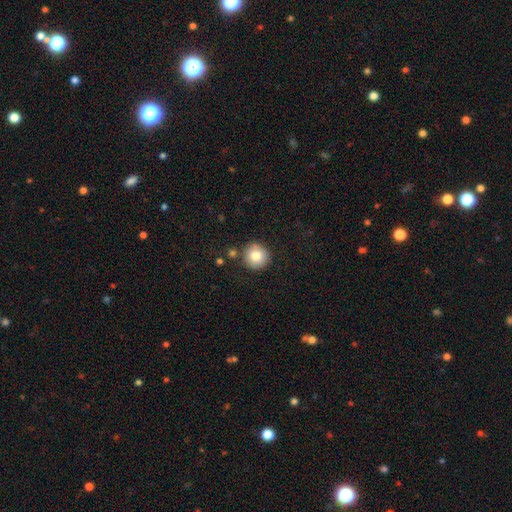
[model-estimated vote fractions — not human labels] Overall: smooth (82%). How rounded: round (94%). Merging: none (83%).